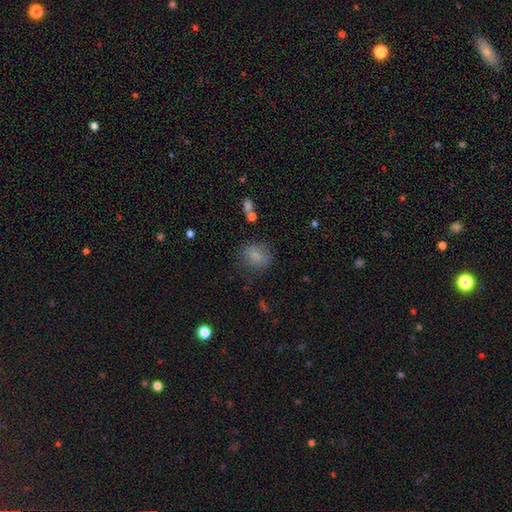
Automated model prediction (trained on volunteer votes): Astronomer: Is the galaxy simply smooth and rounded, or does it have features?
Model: smooth — 75%.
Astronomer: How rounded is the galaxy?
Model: round — 64%.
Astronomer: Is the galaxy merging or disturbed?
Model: none — 67%.